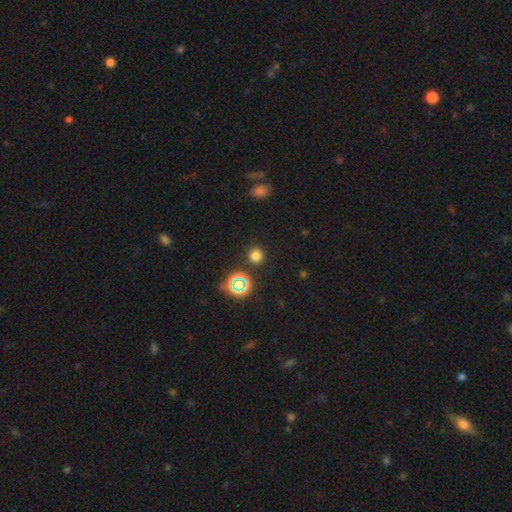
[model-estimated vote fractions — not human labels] This is likely a smooth galaxy (73%). How rounded: clearly round (93%). Merging: clearly none (88%).